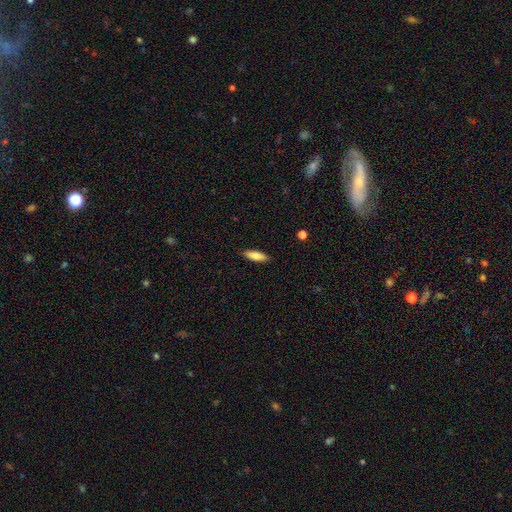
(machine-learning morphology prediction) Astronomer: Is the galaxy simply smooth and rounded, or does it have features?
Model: smooth — 79%.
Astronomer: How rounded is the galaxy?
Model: in between — 52% (runner-up: cigar-shaped, 46%).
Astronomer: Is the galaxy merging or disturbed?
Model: none — 89%.